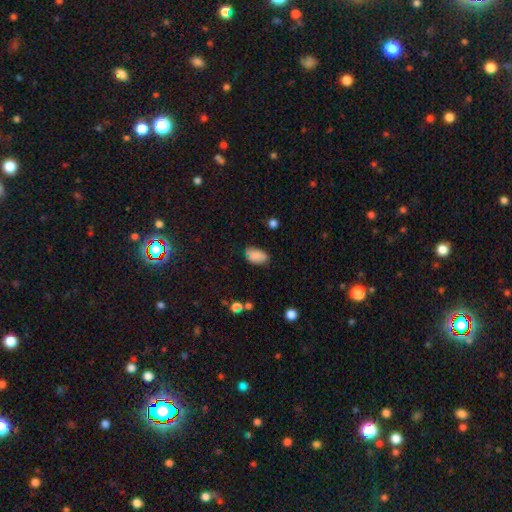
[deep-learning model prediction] Smooth or featured? Predicted: smooth (p=0.84). How rounded? Predicted: in between (p=0.91). Merging? Predicted: none (p=0.69).